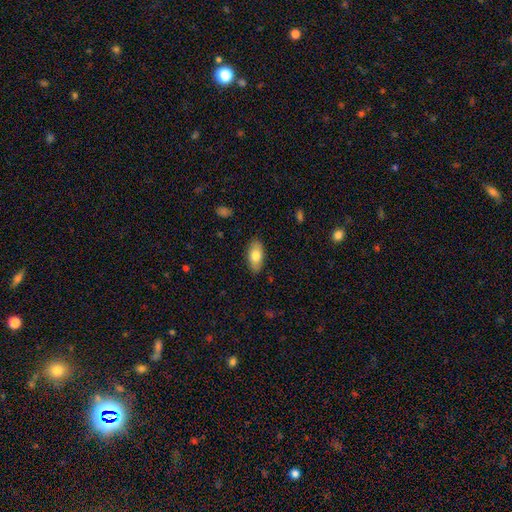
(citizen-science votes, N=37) Q: Smooth or featured?
A: smooth (81%); runner-up: featured or disk (16%)
Q: How rounded?
A: in between (77%); runner-up: cigar-shaped (20%)
Q: Merging?
A: none (86%); runner-up: minor disturbance (11%)